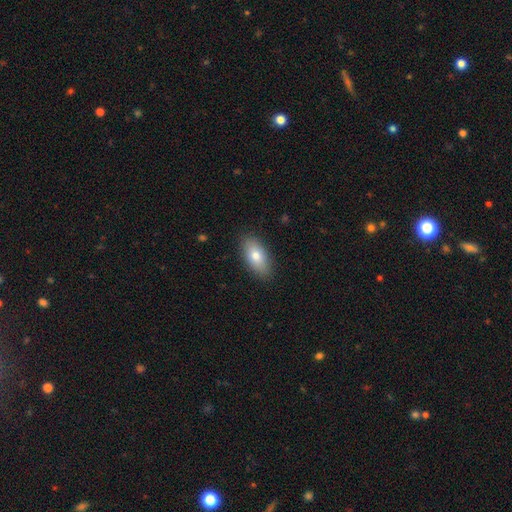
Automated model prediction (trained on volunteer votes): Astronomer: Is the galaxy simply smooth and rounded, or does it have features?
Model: smooth — 77%.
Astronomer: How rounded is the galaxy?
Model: in between — 90%.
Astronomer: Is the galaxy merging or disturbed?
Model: none — 87%.